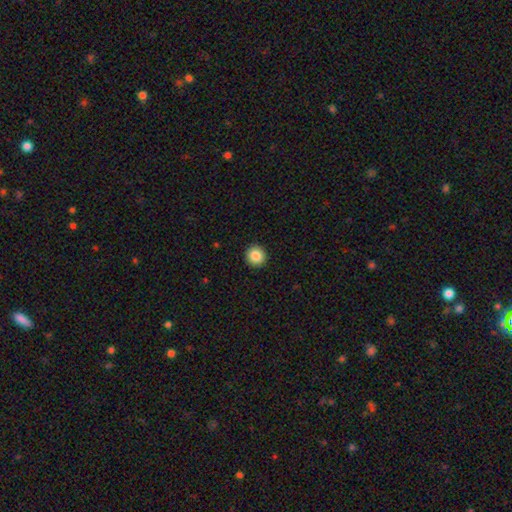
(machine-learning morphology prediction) A smooth galaxy with no disk features (87%) that is round (93%). Merging: none (93%).